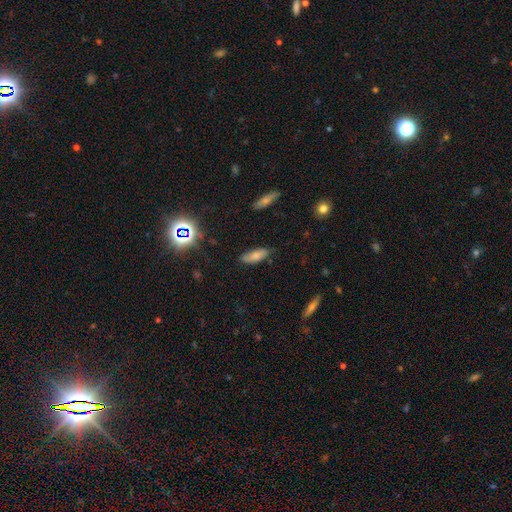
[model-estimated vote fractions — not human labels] The model was most divided on "how rounded": in between: 72%, cigar-shaped: 26%, round: 2%. More confident: merging — none (76%); smooth or featured — smooth (74%).